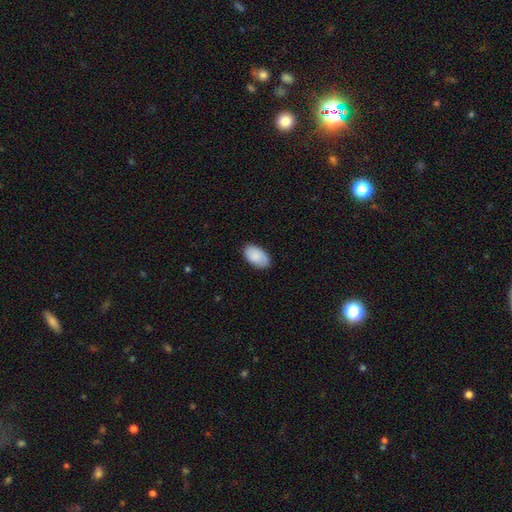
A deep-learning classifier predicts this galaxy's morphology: A smooth galaxy with no disk features (88%) that is in between round and cigar-shaped (95%).

Vote fractions:
- Smooth or featured? smooth: 88% / featured or disk: 6% / star or artifact: 6%
- How rounded? in between: 95% / round: 3% / cigar-shaped: 1%
- Merging? none: 84% / minor disturbance: 13% / major disturbance: 2% / merger: 1%